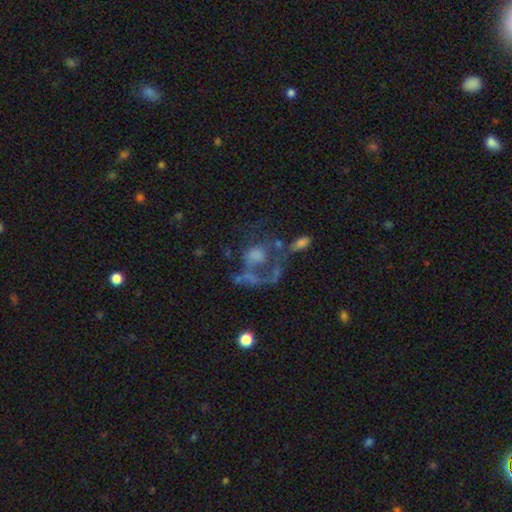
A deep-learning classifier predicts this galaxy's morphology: Q: Smooth or featured?
A: featured or disk (54%); runner-up: smooth (28%)
Q: Edge-on disk?
A: no (96%); runner-up: yes (4%)
Q: Bar?
A: no (86%); runner-up: weak (10%)
Q: Spiral arms?
A: no (66%); runner-up: yes (34%)
Q: Bulge size?
A: none (39%); runner-up: moderate (27%)
Q: Merging?
A: major disturbance (40%); runner-up: none (28%)